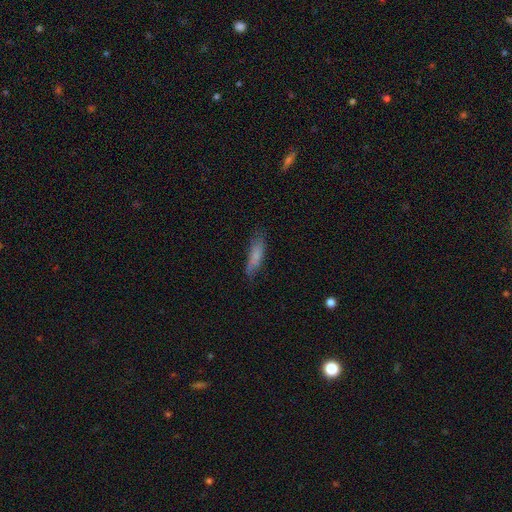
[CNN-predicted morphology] This is likely a smooth galaxy (76%). How rounded: likely cigar-shaped (65%). Merging: likely none (72%).